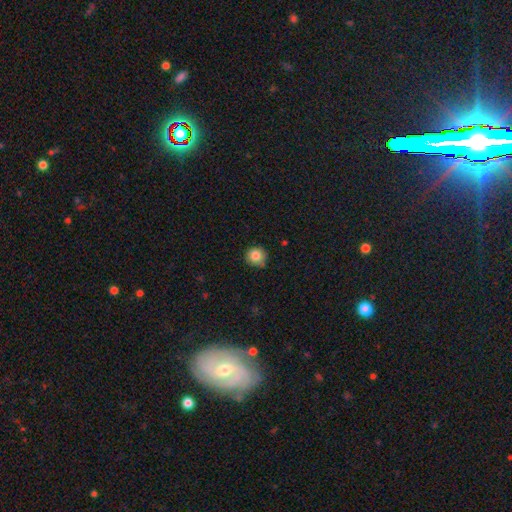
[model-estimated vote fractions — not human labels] Q: Smooth or featured?
A: smooth (83%); runner-up: star or artifact (10%)
Q: How rounded?
A: round (92%); runner-up: in between (7%)
Q: Merging?
A: none (73%); runner-up: minor disturbance (21%)